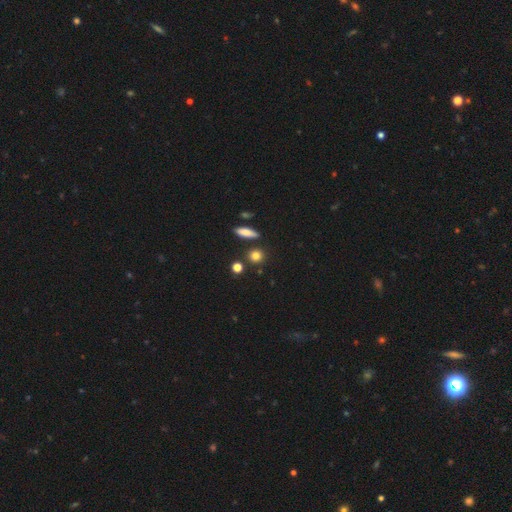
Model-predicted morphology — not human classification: Q: Smooth or featured?
A: smooth (81%); runner-up: star or artifact (12%)
Q: How rounded?
A: round (77%); runner-up: in between (17%)
Q: Merging?
A: none (82%); runner-up: minor disturbance (9%)